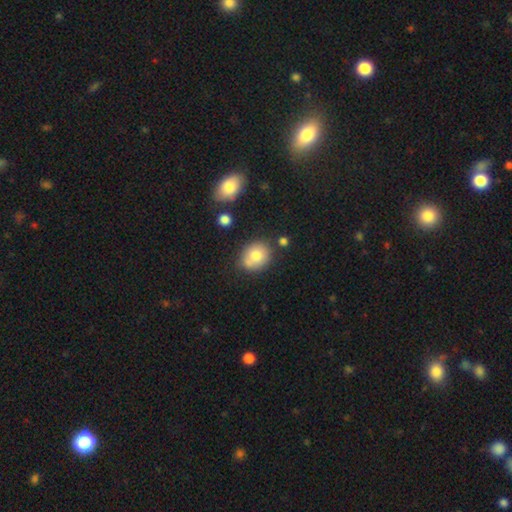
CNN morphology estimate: Smooth or featured? smooth (77%)
How rounded? round (59%)
Merging? none (64%)